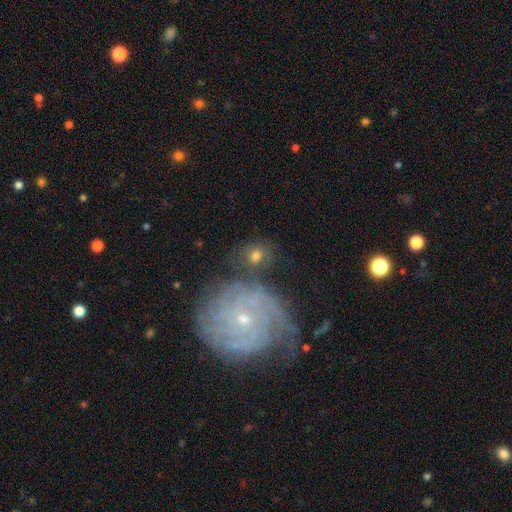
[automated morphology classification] Smooth or featured? smooth (57%)
How rounded? round (66%)
Merging? none (59%)